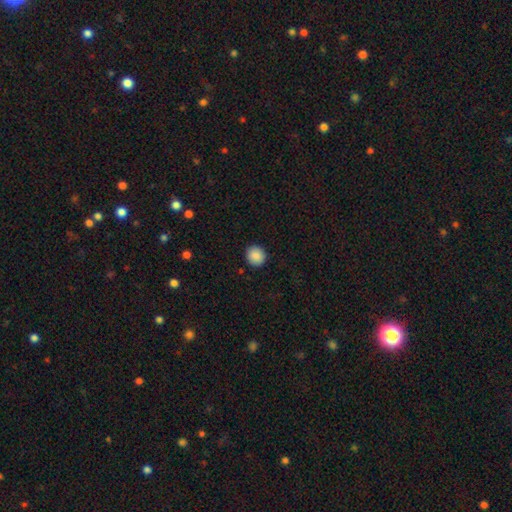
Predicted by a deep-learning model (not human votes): Smooth or featured: smooth — 89% (star or artifact — 8%)
How rounded: round — 88% (in between — 11%)
Merging: none — 92% (minor disturbance — 6%)